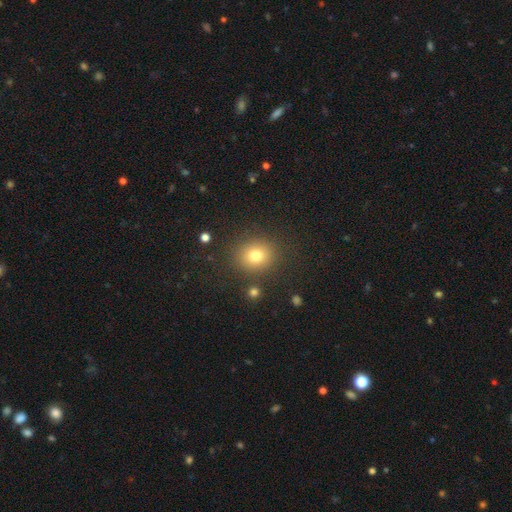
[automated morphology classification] A smooth galaxy with no disk features (78%) that is round (81%). Merging: none (85%).